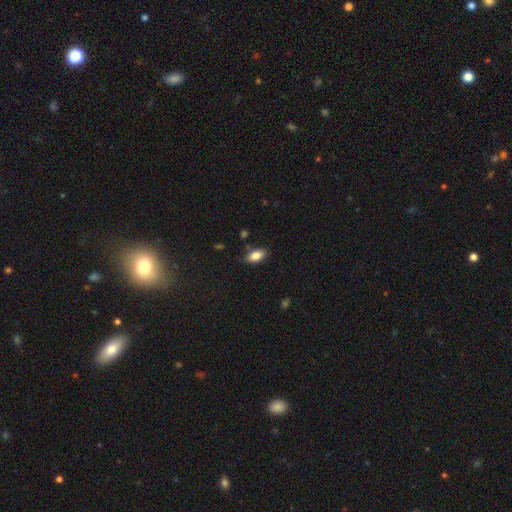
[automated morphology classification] This appears to be a smooth galaxy with no disk features (86%) that is in between round and cigar-shaped (91%). Merging: none (83%).